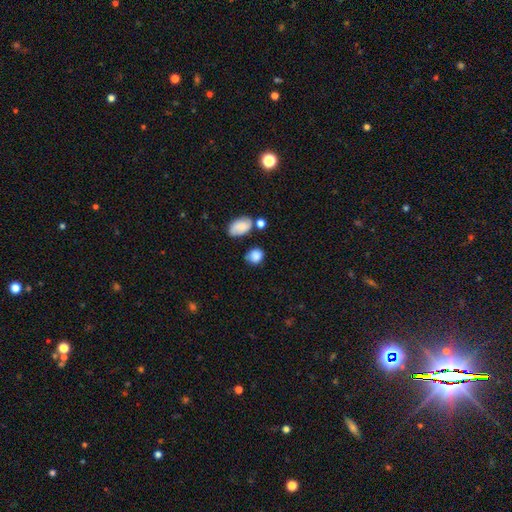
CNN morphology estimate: Smooth or featured: smooth — 83% (star or artifact — 9%)
How rounded: round — 58% (in between — 41%)
Merging: none — 60% (minor disturbance — 23%)